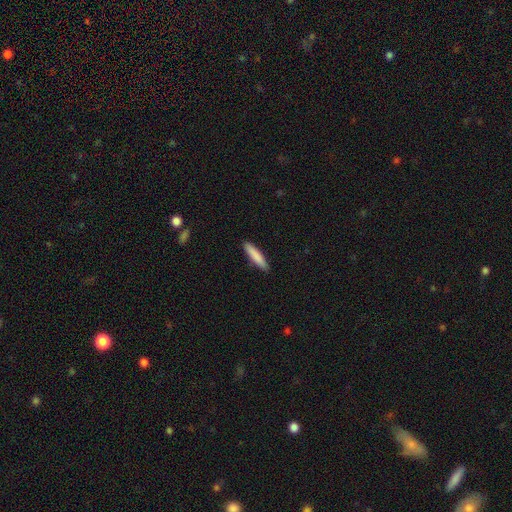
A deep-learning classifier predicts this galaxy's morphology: type=smooth (83%); roundness=cigar-shaped (87%); merging=none (88%).